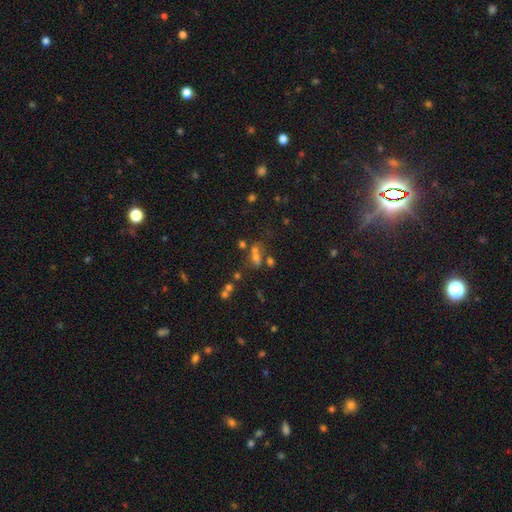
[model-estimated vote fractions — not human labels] A star or artifact, not a galaxy (42%).